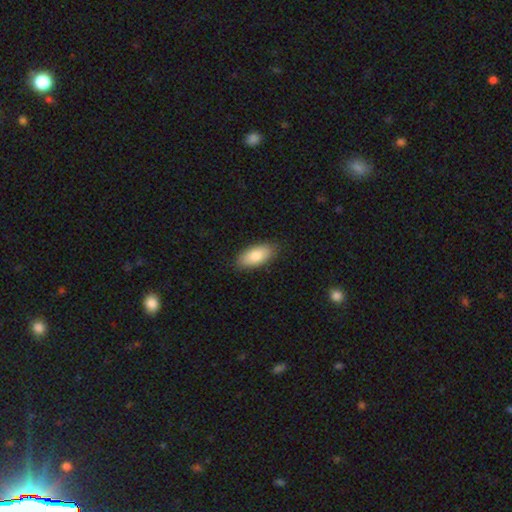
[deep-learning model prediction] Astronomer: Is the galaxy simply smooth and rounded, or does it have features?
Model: smooth — 83%.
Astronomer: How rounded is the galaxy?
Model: in between — 90%.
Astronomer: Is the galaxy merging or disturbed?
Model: none — 86%.